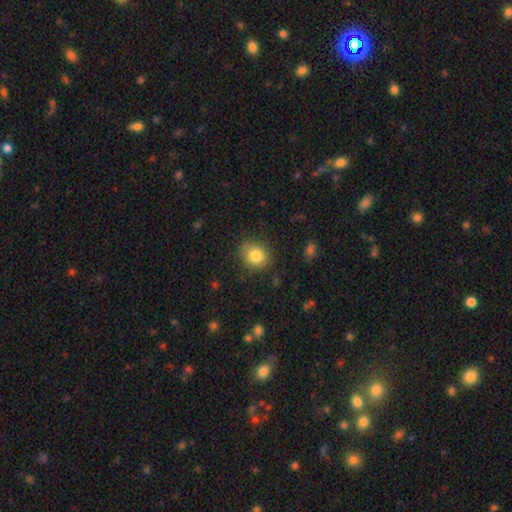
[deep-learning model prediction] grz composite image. It shows a smooth galaxy with no disk features (83%) that is round (71%). Merging: none (81%).